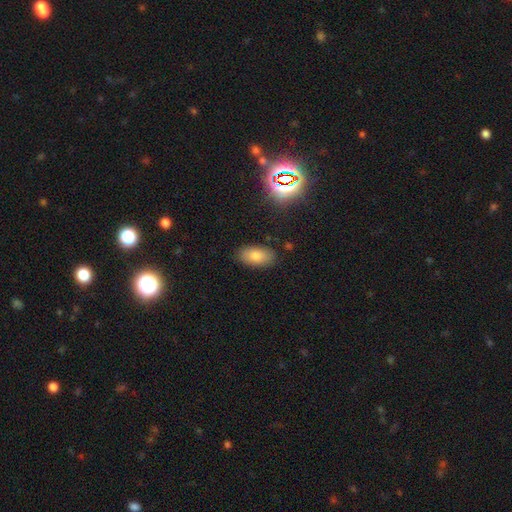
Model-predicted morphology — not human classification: This is likely a smooth galaxy (78%). How rounded: clearly in between (92%). Merging: clearly none (85%).